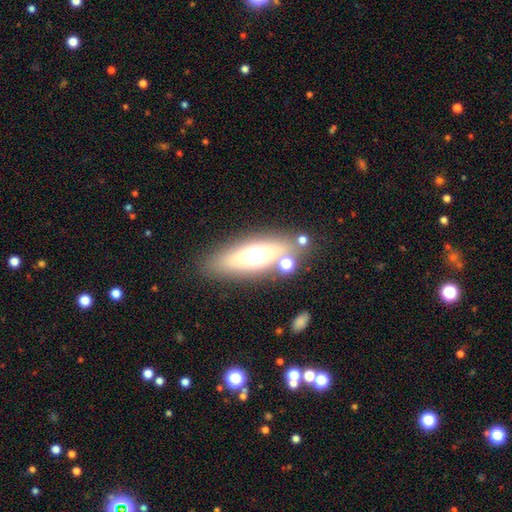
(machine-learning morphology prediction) A smooth galaxy with no disk features (51%) that is in between round and cigar-shaped (57%). Merging: none (75%).